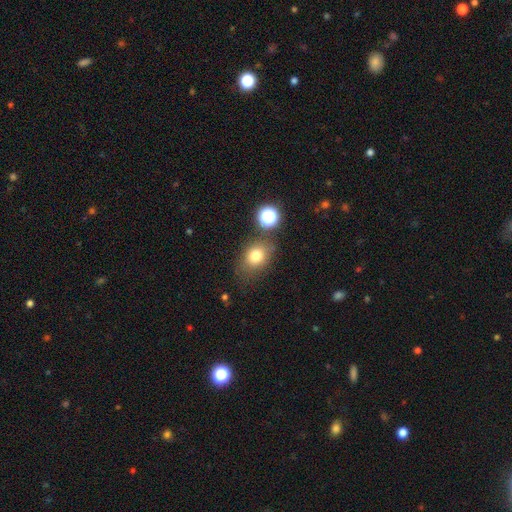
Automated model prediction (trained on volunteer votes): This appears to be a smooth galaxy with no disk features (77%) that is in between round and cigar-shaped (51%). Merging: none (69%).